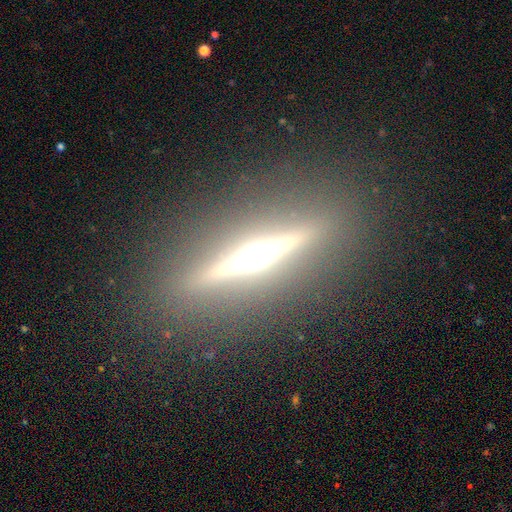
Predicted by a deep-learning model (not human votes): This is clearly a featured or disk galaxy (83%). It is clearly viewed edge-on (97%). Edge-on bulge: clearly rounded (90%). Merging: clearly none (90%).